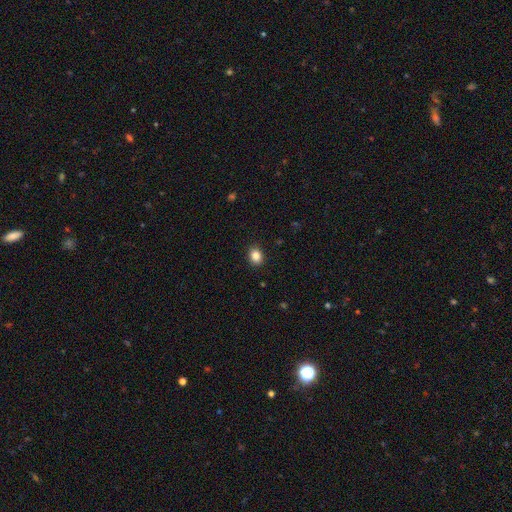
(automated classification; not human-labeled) Overall: smooth (86%). How rounded: in between (62%; round 37%). Merging: none (90%).